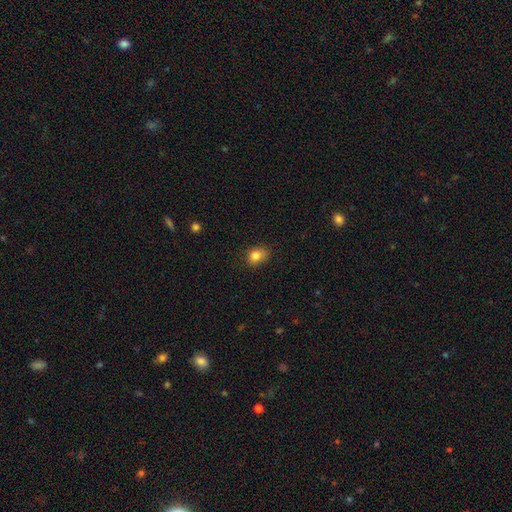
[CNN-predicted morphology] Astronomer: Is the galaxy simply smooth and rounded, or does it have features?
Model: smooth — 83%.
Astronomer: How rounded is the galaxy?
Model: in between — 50% (runner-up: round, 49%).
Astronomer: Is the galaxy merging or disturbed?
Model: none — 75%.